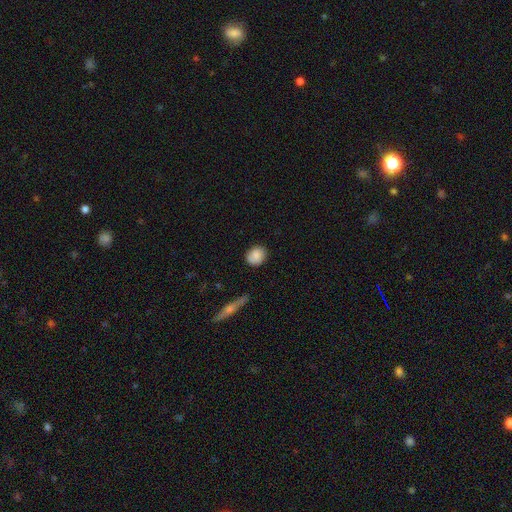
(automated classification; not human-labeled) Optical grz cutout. It shows a smooth galaxy with no disk features (83%) that is round (78%). Merging: none (82%).